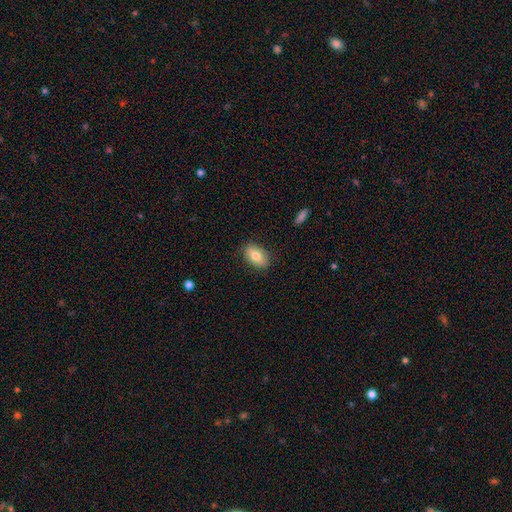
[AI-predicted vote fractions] Overall: smooth (79%). How rounded: in between (90%). Merging: none (85%).